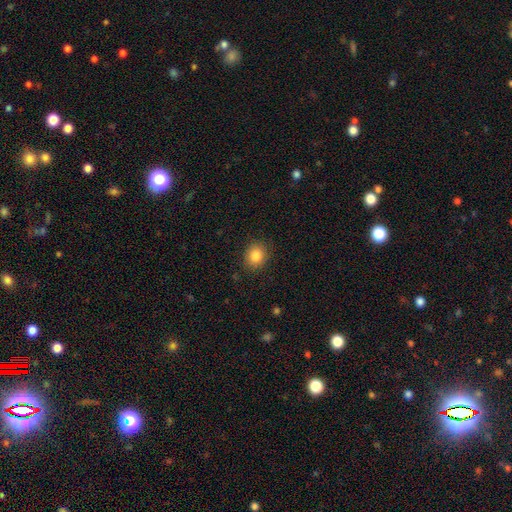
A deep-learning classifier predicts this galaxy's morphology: Q: Smooth or featured?
A: smooth (85%); runner-up: star or artifact (10%)
Q: How rounded?
A: round (67%); runner-up: in between (32%)
Q: Merging?
A: none (87%); runner-up: minor disturbance (9%)